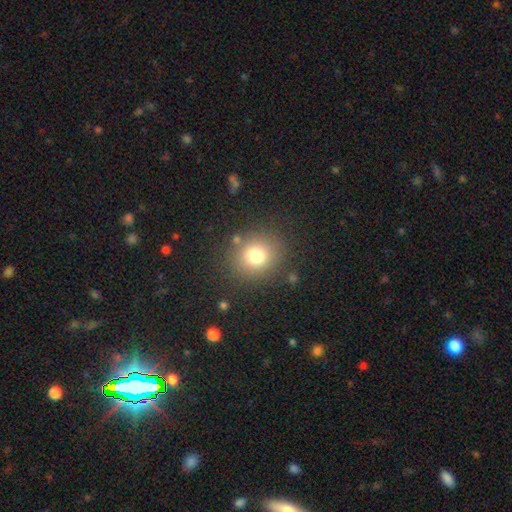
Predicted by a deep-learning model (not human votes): Smooth or featured? smooth (76%)
How rounded? round (84%)
Merging? none (84%)